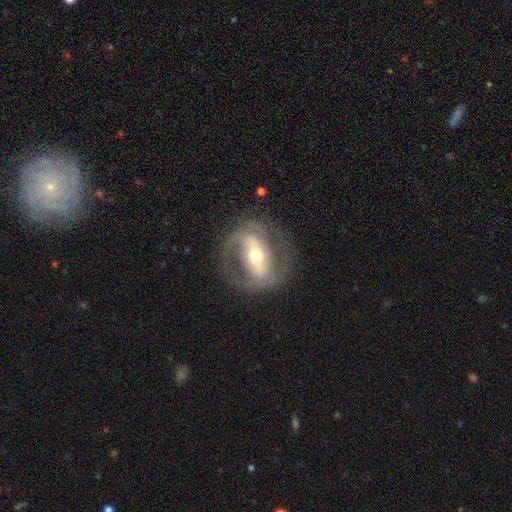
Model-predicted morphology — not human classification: Smooth or featured: featured or disk — 82% (smooth — 13%)
Edge-on disk: no — 93% (yes — 7%)
Bar: strong — 58% (weak — 25%)
Spiral arms: yes — 79% (no — 21%)
Spiral winding: medium — 48% (tight — 30%)
Spiral arm count: 2 — 83% (can't tell — 9%)
Bulge size: moderate — 61% (small — 30%)
Merging: none — 74% (minor disturbance — 14%)